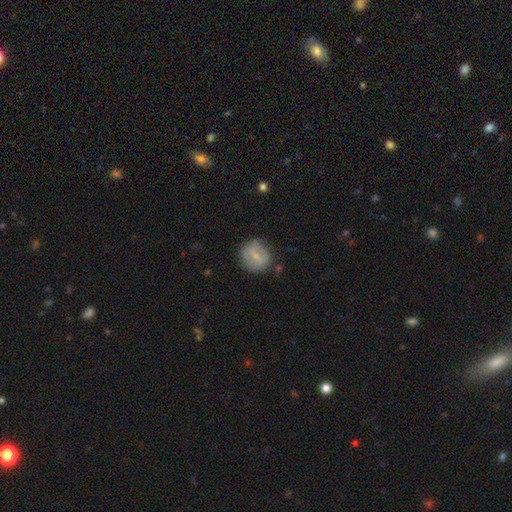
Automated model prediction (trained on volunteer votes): A smooth galaxy with no disk features (59%) that is round (82%).

Vote fractions:
- Smooth or featured? smooth: 59% / featured or disk: 33% / star or artifact: 8%
- How rounded? round: 82% / in between: 17% / cigar-shaped: 1%
- Merging? none: 76% / minor disturbance: 16% / major disturbance: 5% / merger: 2%